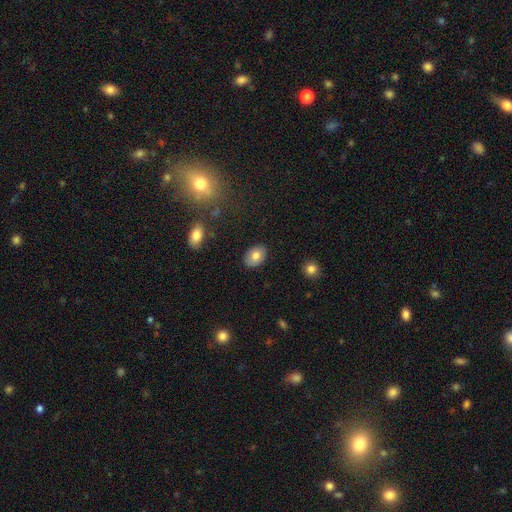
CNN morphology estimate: smooth_or_featured: smooth (p=0.78) [alt: featured or disk p=0.14]
how_rounded: in between (p=0.83) [alt: round p=0.16]
merging: none (p=0.88) [alt: minor disturbance p=0.09]